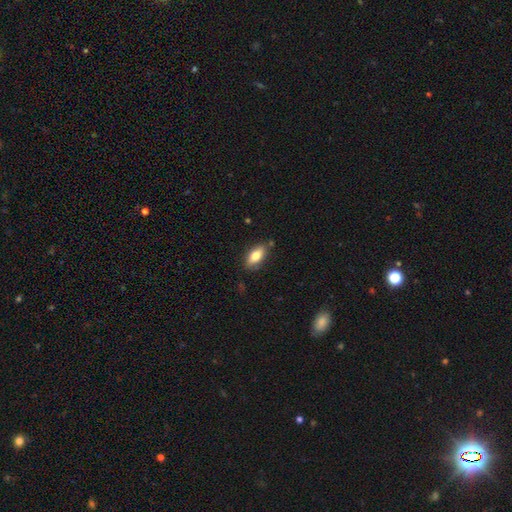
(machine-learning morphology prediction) type=smooth (79%); roundness=in between (87%); merging=none (81%).